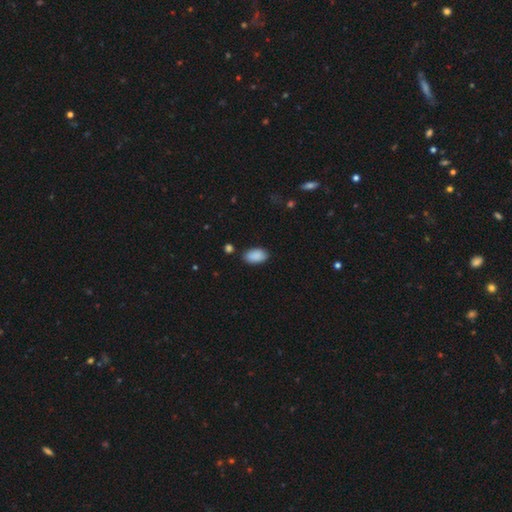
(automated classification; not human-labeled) Smooth or featured: smooth — 90% (star or artifact — 7%)
How rounded: in between — 94% (round — 4%)
Merging: none — 85% (minor disturbance — 10%)